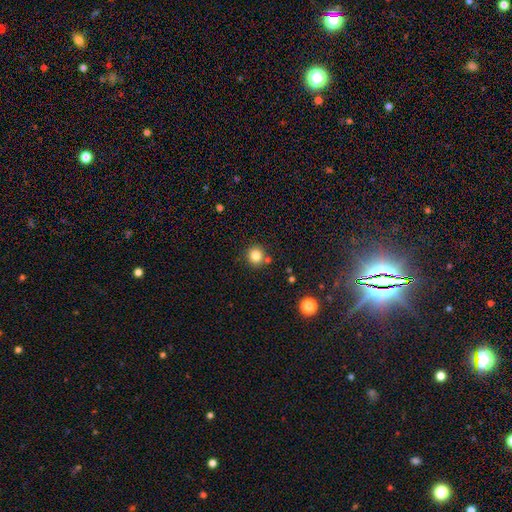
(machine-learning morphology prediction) This is clearly a smooth galaxy (83%). How rounded: clearly round (91%). Merging: clearly none (81%).